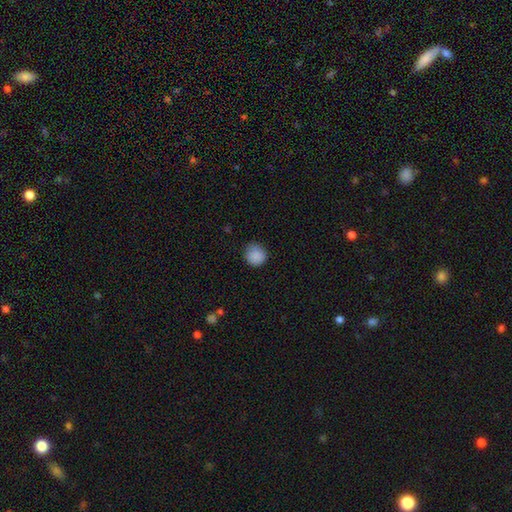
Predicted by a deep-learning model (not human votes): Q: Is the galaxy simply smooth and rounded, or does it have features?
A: smooth — 87%.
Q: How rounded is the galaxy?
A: round — 90%.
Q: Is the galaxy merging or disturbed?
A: none — 77%.